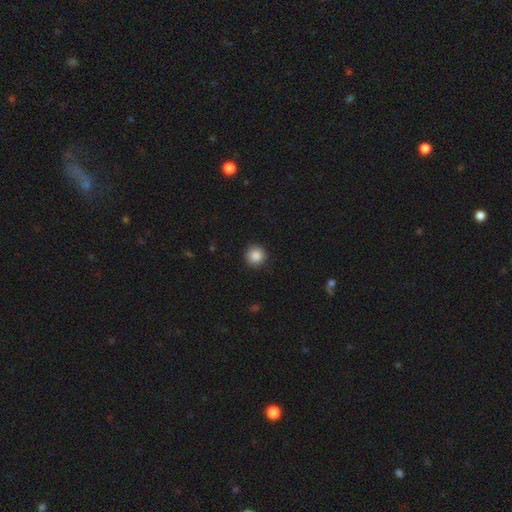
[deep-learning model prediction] Smooth or featured? smooth (87%)
How rounded? round (94%)
Merging? none (89%)